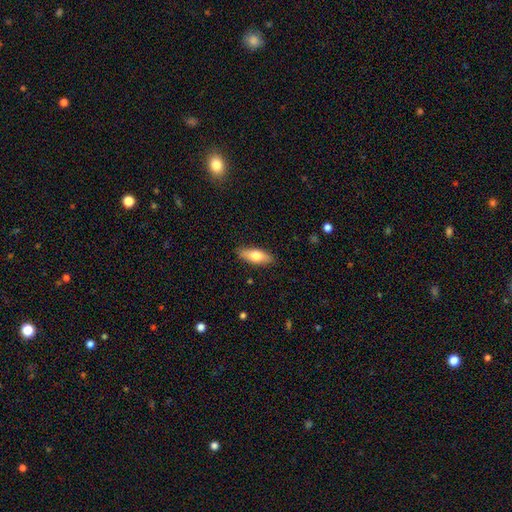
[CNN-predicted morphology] A smooth galaxy with no disk features (73%) that is in between round and cigar-shaped (70%). Merging: none (87%).